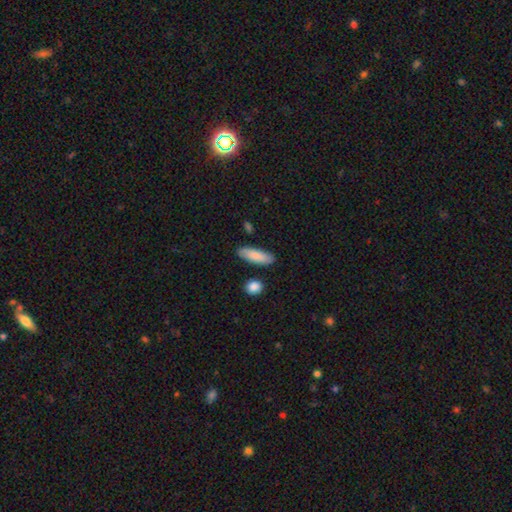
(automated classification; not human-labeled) Smooth or featured?
  - smooth: 86% *
  - featured or disk: 8%
  - star or artifact: 6%
How rounded?
  - in between: 54% *
  - cigar-shaped: 43%
  - round: 2%
Merging?
  - none: 84% *
  - minor disturbance: 11%
  - merger: 3%
  - major disturbance: 2%